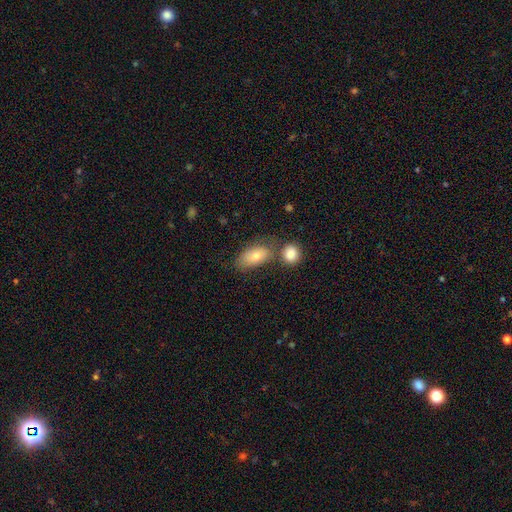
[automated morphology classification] Overall: smooth (77%). How rounded: in between (89%). Merging: none (54%; merger 24%).